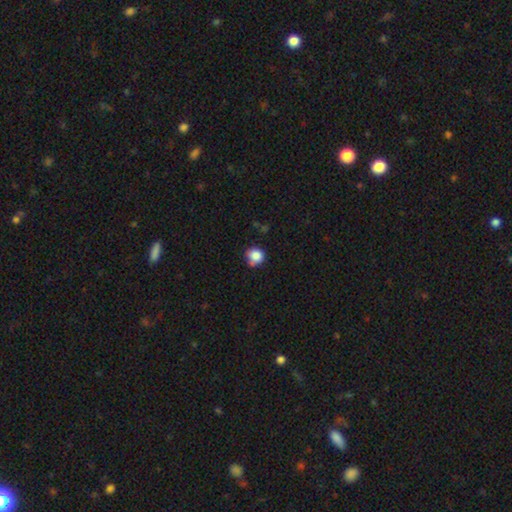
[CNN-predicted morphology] The model was most divided on "merging": none: 62%, minor disturbance: 21%, merger: 11%, major disturbance: 5%. More confident: smooth or featured — smooth (84%); how rounded — round (82%).